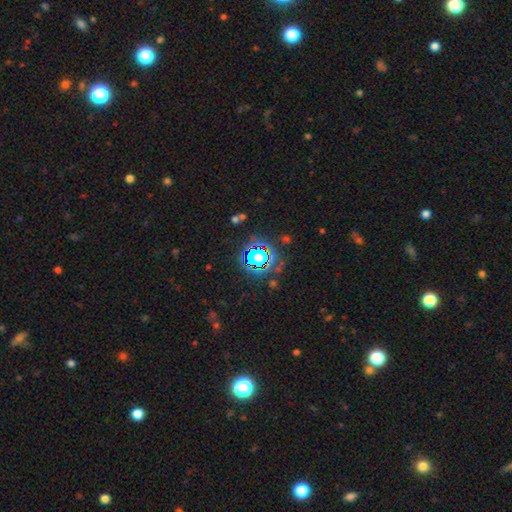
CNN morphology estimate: Smooth or featured: star or artifact — 77% (smooth — 15%)